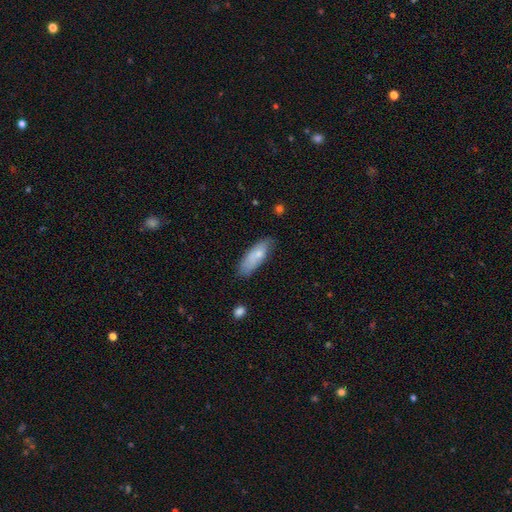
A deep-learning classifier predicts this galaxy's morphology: smooth_or_featured: smooth (p=0.77) [alt: featured or disk p=0.16]
how_rounded: in between (p=0.58) [alt: cigar-shaped p=0.40]
merging: none (p=0.75) [alt: minor disturbance p=0.19]